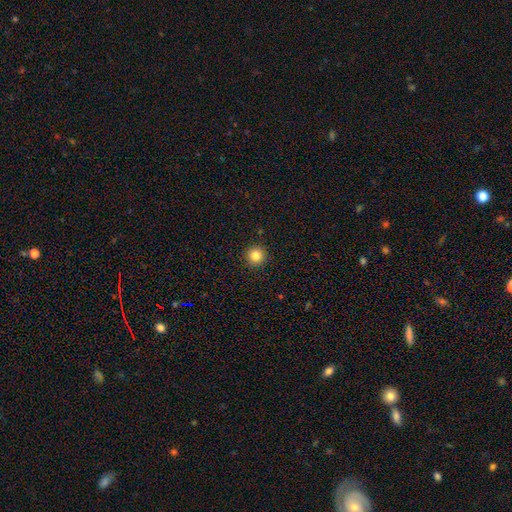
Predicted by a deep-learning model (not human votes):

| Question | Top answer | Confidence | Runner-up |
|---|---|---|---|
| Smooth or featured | smooth | 83% | star or artifact (12%) |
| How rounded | round | 96% | in between (3%) |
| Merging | none | 93% | minor disturbance (4%) |